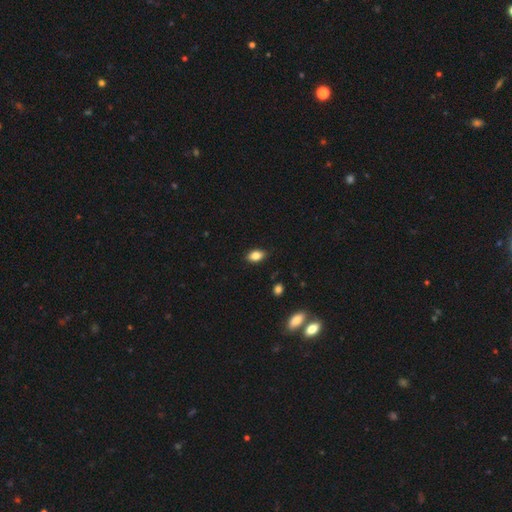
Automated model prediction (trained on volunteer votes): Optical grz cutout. It shows a smooth galaxy with no disk features (85%) that is in between round and cigar-shaped (88%). Merging: none (86%).